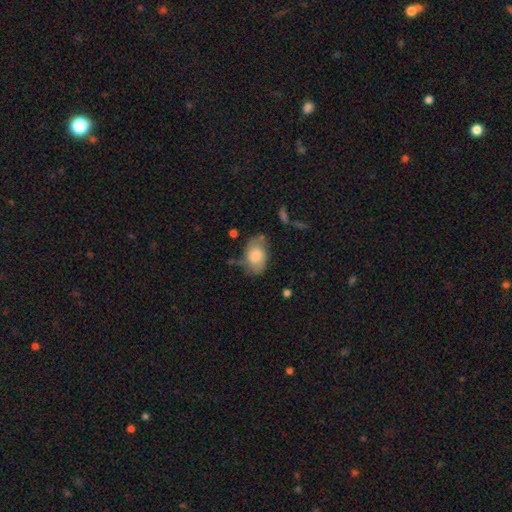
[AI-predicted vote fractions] Overall: smooth (61%; featured or disk 32%). How rounded: in between (86%). Merging: none (52%; minor disturbance 30%).